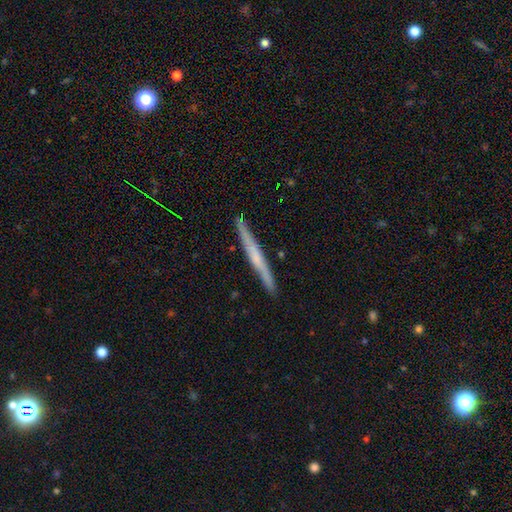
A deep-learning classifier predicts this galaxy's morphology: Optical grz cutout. It shows a featured or disk galaxy (56%) viewed edge-on (97%) with no central bulge (62%). Merging: none (90%).